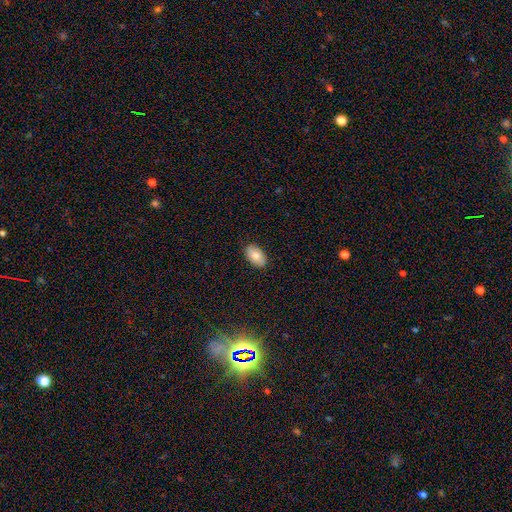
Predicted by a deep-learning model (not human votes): The model was most divided on "smooth or featured": smooth: 81%, featured or disk: 12%, star or artifact: 7%. More confident: how rounded — in between (93%); merging — none (88%).